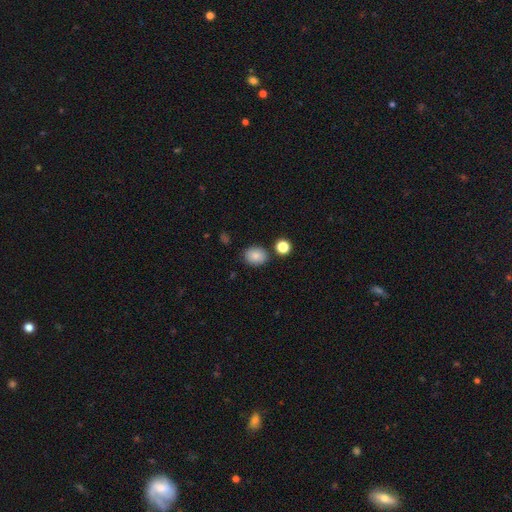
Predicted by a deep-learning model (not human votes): smooth_or_featured: smooth (p=0.86) [alt: star or artifact p=0.09]
how_rounded: in between (p=0.50) [alt: round p=0.49]
merging: none (p=0.82) [alt: minor disturbance p=0.10]